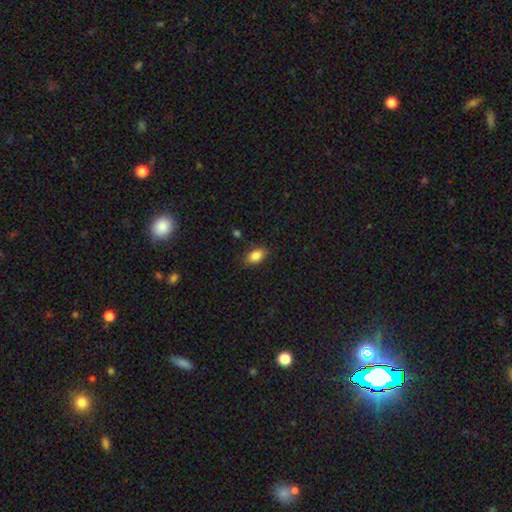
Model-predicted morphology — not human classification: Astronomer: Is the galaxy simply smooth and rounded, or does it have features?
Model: smooth — 86%.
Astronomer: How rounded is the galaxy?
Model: in between — 89%.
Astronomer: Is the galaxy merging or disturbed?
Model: none — 85%.